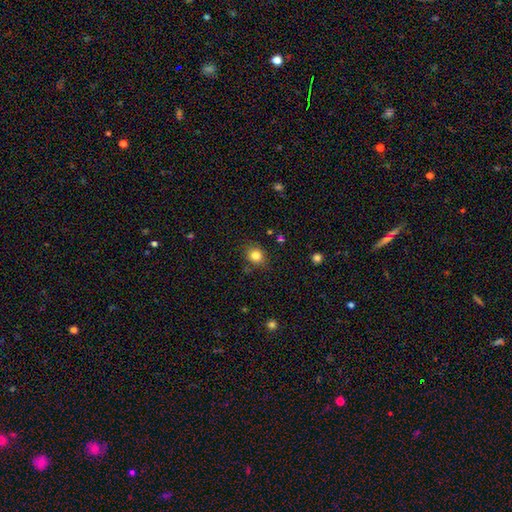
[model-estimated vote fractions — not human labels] smooth 82%, star or artifact 12%, featured or disk 6%. Down the decision tree: how rounded — round (70%); merging — none (79%).